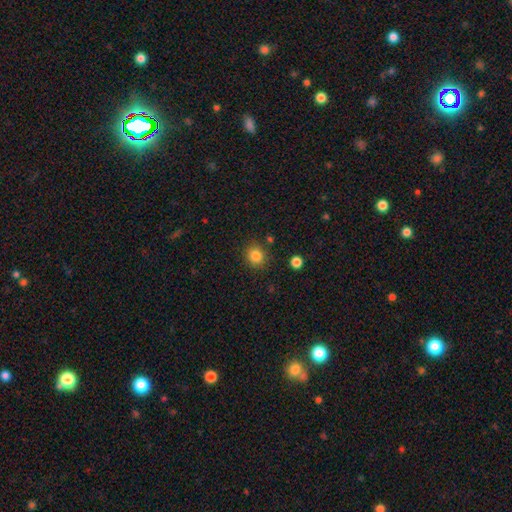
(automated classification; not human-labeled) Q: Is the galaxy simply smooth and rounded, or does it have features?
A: smooth — 84%.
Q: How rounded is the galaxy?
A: round — 80%.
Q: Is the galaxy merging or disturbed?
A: none — 86%.